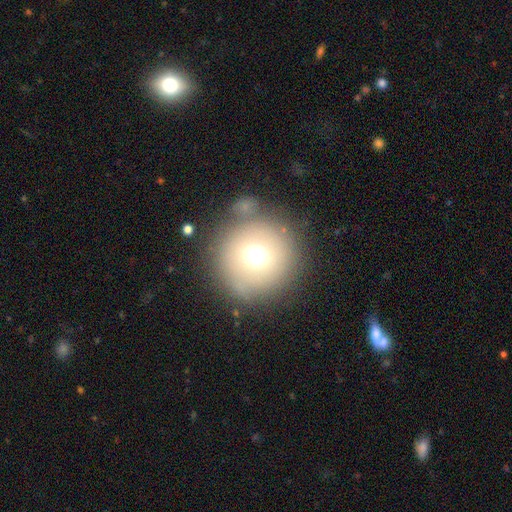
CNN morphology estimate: Smooth or featured: smooth — 65% (featured or disk — 18%)
How rounded: round — 95% (in between — 4%)
Merging: none — 73% (minor disturbance — 10%)